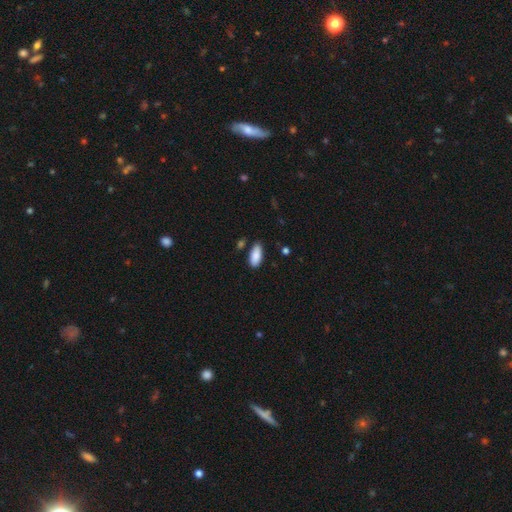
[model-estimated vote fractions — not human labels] The model was most divided on "merging": none: 80%, minor disturbance: 14%, merger: 4%, major disturbance: 2%. More confident: smooth or featured — smooth (89%); how rounded — in between (89%).